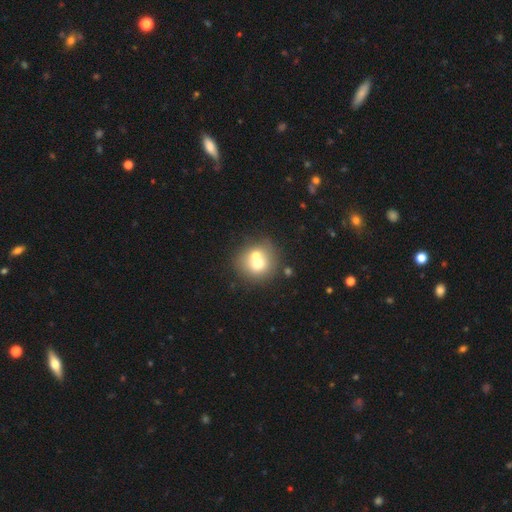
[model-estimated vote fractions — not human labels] Overall: smooth (66%). How rounded: round (87%). Merging: merger (51%; none 39%).